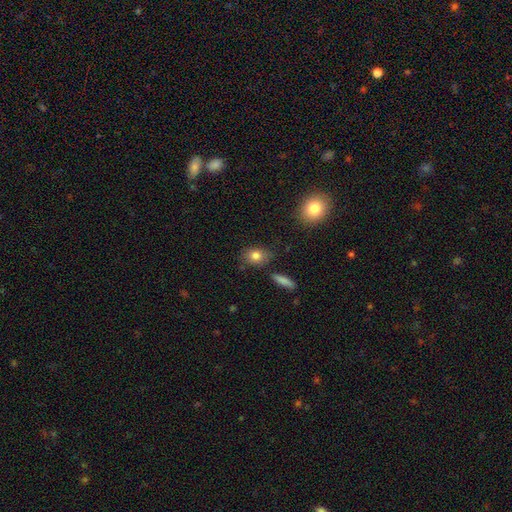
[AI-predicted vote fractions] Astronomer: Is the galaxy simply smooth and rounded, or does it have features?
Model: smooth — 81%.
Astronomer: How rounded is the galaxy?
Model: in between — 60% (runner-up: round, 37%).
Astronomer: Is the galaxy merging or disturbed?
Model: none — 78%.